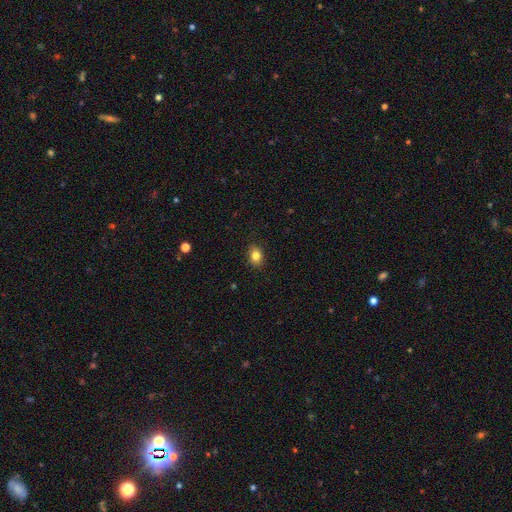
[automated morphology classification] Smooth or featured?
  - smooth: 82% *
  - star or artifact: 10%
  - featured or disk: 7%
How rounded?
  - in between: 57% *
  - round: 42%
  - cigar-shaped: 1%
Merging?
  - none: 88% *
  - minor disturbance: 9%
  - major disturbance: 2%
  - merger: 1%